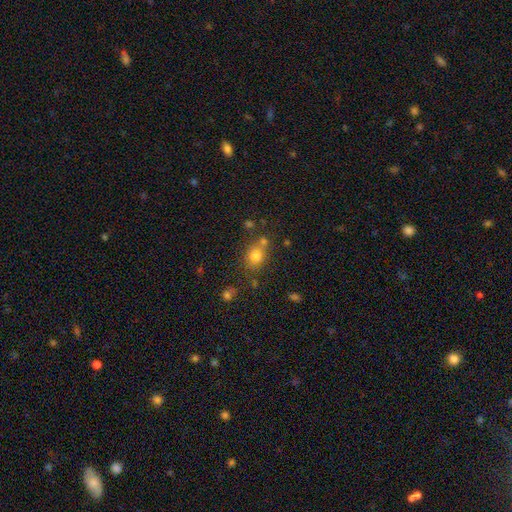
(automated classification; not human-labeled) smooth-or-featured: smooth: 77% | star or artifact: 14% | featured or disk: 10%
  how-rounded: round: 69% | in between: 30% | cigar-shaped: 1%
  merging: none: 61% | merger: 22% | minor disturbance: 13% | major disturbance: 5%